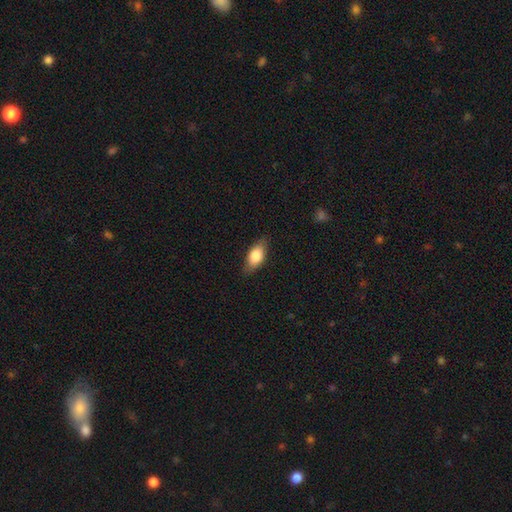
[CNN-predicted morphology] Overall: smooth (79%). How rounded: in between (86%). Merging: none (80%).